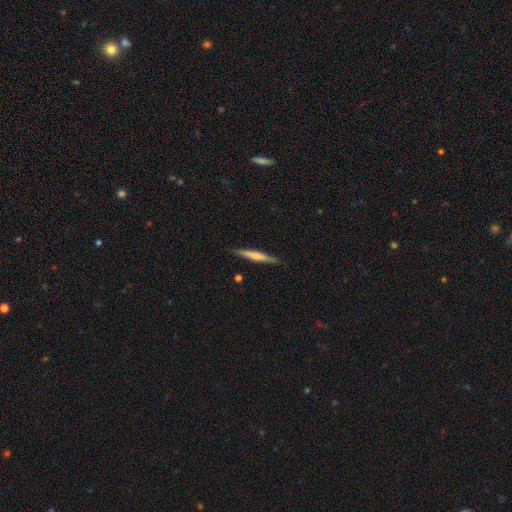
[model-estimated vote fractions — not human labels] Smooth or featured? Predicted: smooth (p=0.54). How rounded? Predicted: cigar-shaped (p=0.95). Merging? Predicted: none (p=0.89).